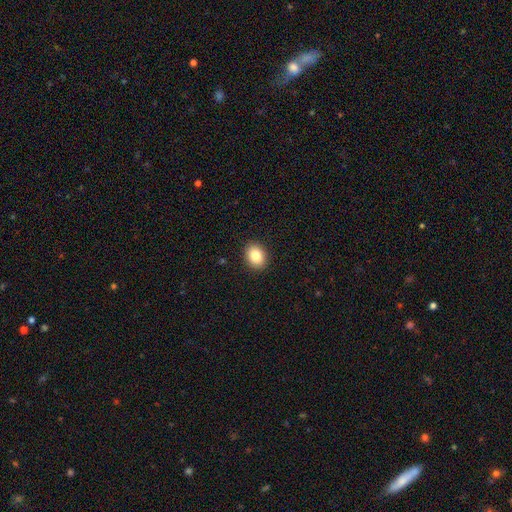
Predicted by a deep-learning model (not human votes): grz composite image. It shows a smooth galaxy with no disk features (85%) that is in between round and cigar-shaped (54%). Merging: none (91%).